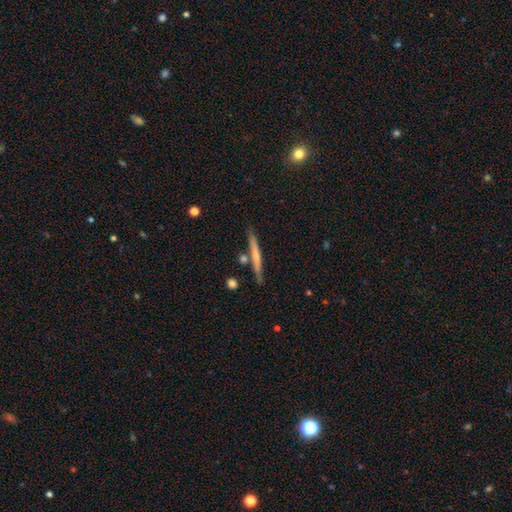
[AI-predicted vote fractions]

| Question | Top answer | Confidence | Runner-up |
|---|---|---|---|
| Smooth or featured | smooth | 48% | featured or disk (46%) |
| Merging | none | 80% | minor disturbance (11%) |